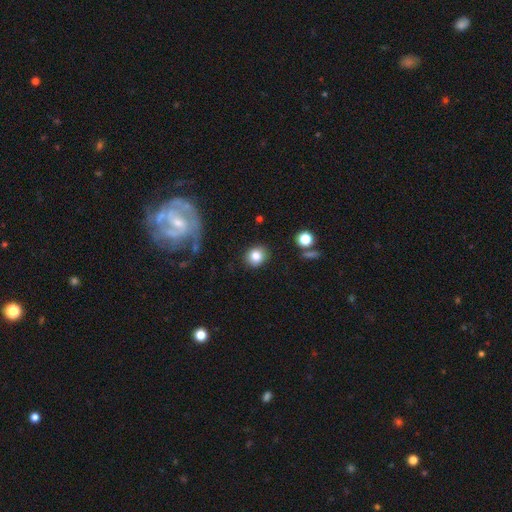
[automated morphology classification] A smooth galaxy with no disk features (81%) that is round (75%). Merging: none (87%).